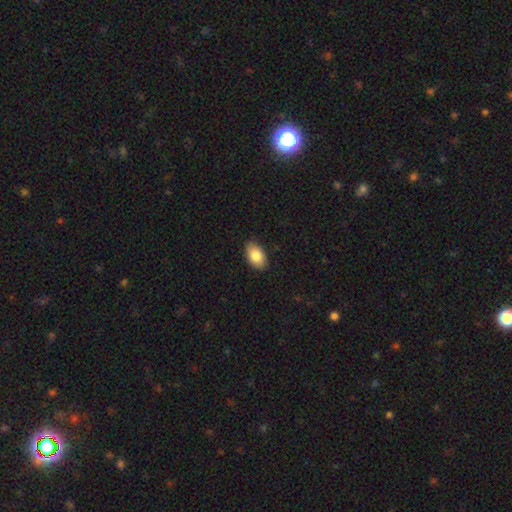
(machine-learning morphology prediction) smooth_or_featured: smooth (p=0.85) [alt: featured or disk p=0.08]
how_rounded: in between (p=0.93) [alt: round p=0.06]
merging: none (p=0.85) [alt: minor disturbance p=0.12]